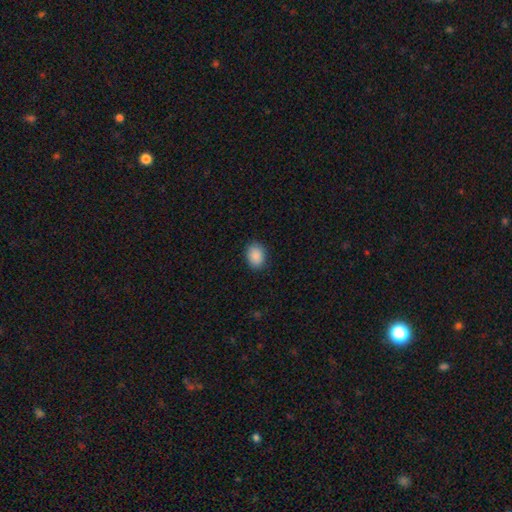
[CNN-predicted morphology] A smooth galaxy with no disk features (90%) that is in between round and cigar-shaped (71%).

Vote fractions:
- Smooth or featured? smooth: 90% / star or artifact: 7% / featured or disk: 3%
- How rounded? in between: 71% / round: 28% / cigar-shaped: 1%
- Merging? none: 87% / minor disturbance: 9% / major disturbance: 2% / merger: 1%